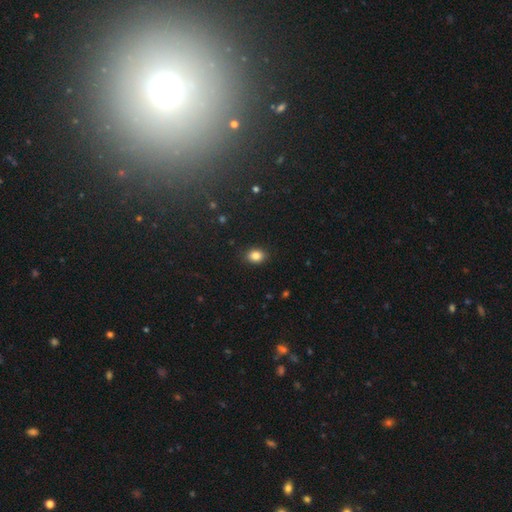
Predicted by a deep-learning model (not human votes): The model was most divided on "how rounded": in between: 61%, round: 38%, cigar-shaped: 1%. More confident: merging — none (88%); smooth or featured — smooth (85%).